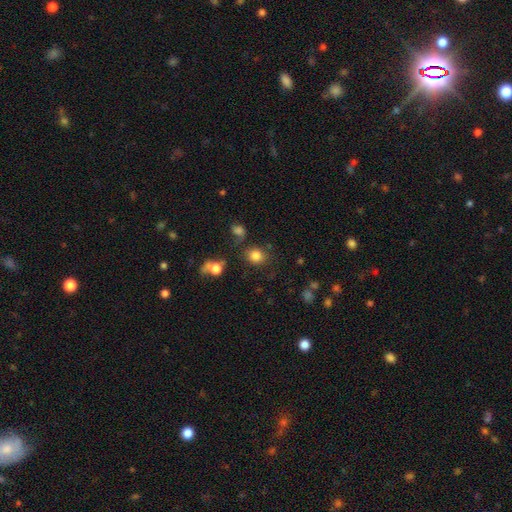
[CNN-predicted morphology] This appears to be a smooth galaxy with no disk features (82%) that is round (76%). Merging: none (75%).